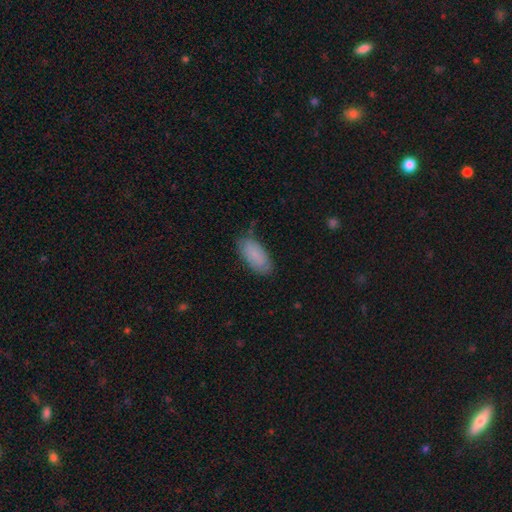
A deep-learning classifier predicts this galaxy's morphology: A smooth galaxy with no disk features (87%) that is in between round and cigar-shaped (91%).

Vote fractions:
- Smooth or featured? smooth: 87% / featured or disk: 8% / star or artifact: 6%
- How rounded? in between: 91% / cigar-shaped: 7% / round: 2%
- Merging? none: 77% / minor disturbance: 18% / major disturbance: 4% / merger: 2%